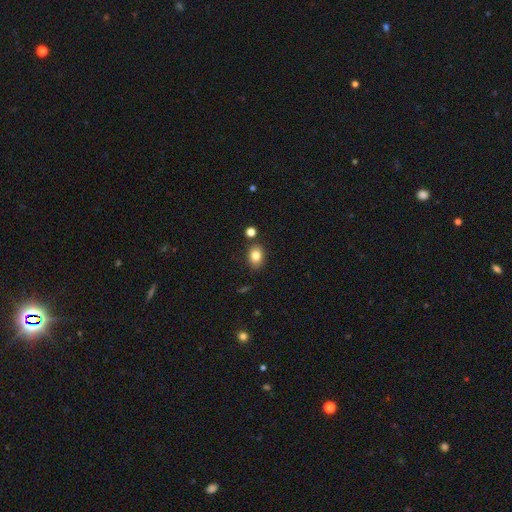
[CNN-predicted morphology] Smooth or featured: smooth — 82% (star or artifact — 10%)
How rounded: in between — 70% (round — 29%)
Merging: none — 81% (minor disturbance — 11%)